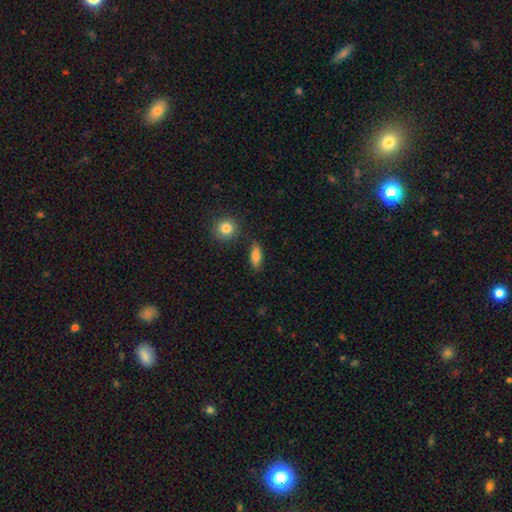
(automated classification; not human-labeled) smooth 81%, featured or disk 11%, star or artifact 7%. Down the decision tree: how rounded — in between (62%); merging — none (83%).